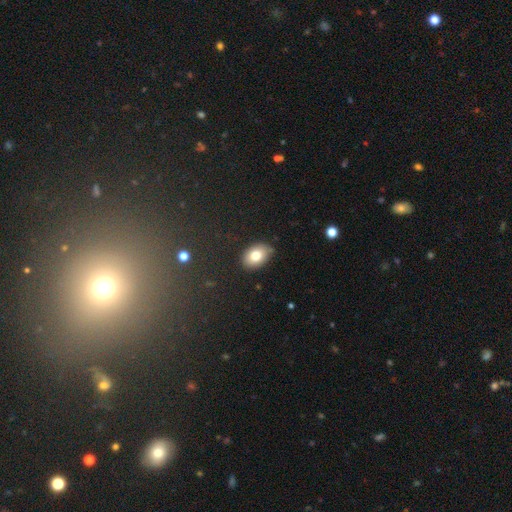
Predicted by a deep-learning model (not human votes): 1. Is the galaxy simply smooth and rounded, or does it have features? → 78% smooth, 13% featured or disk, 9% star or artifact.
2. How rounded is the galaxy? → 82% in between, 17% round, 1% cigar-shaped.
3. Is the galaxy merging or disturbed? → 82% none, 14% minor disturbance, 3% major disturbance, 2% merger.